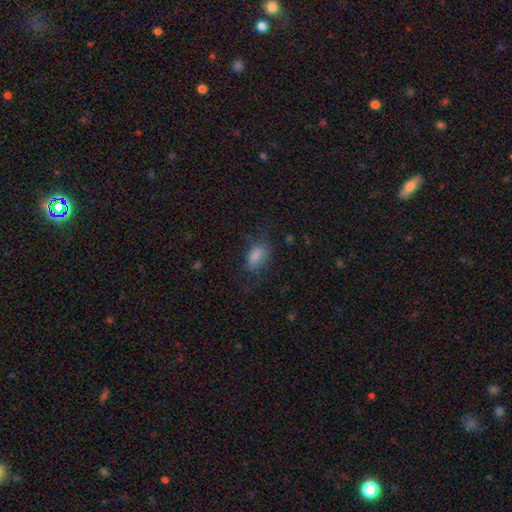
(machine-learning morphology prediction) Smooth or featured?
  - smooth: 77% *
  - featured or disk: 12%
  - star or artifact: 11%
How rounded?
  - in between: 86% *
  - round: 8%
  - cigar-shaped: 6%
Merging?
  - none: 62% *
  - minor disturbance: 22%
  - major disturbance: 15%
  - merger: 2%